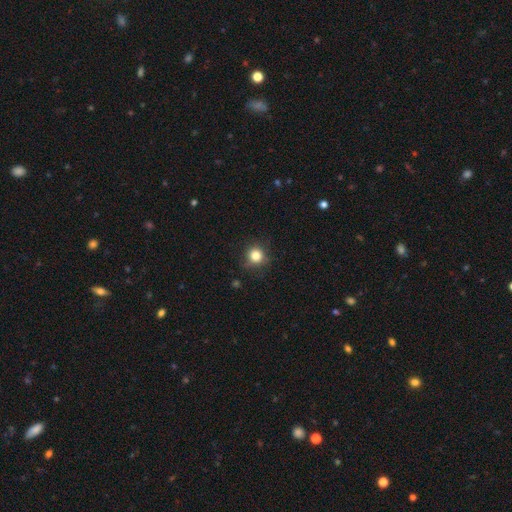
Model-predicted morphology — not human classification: The model was most divided on "merging": none: 82%, minor disturbance: 14%, major disturbance: 3%, merger: 1%. More confident: how rounded — round (91%); smooth or featured — smooth (82%).